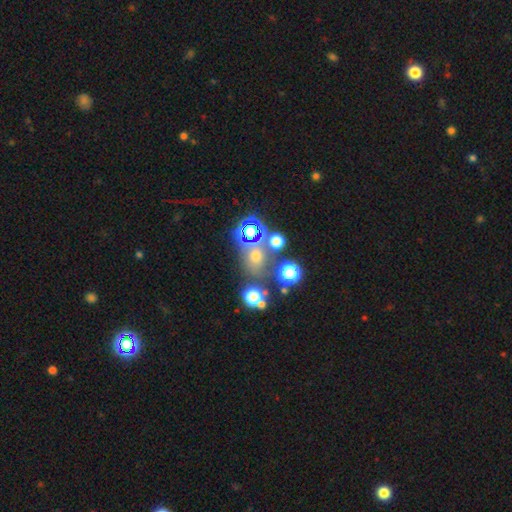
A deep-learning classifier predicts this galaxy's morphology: Smooth or featured? smooth (49%)
Merging? none (59%)